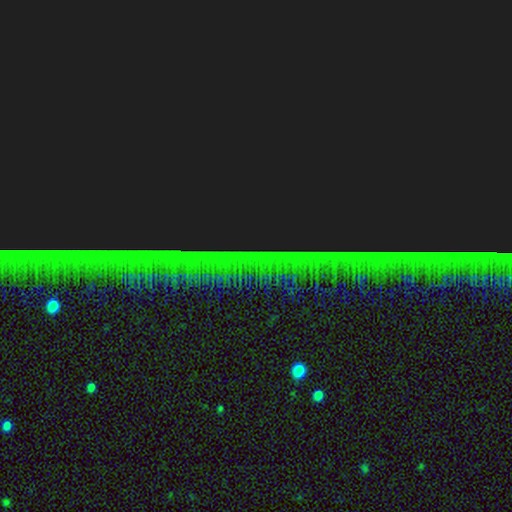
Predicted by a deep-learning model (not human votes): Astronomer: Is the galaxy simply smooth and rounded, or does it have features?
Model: star or artifact — 87%.